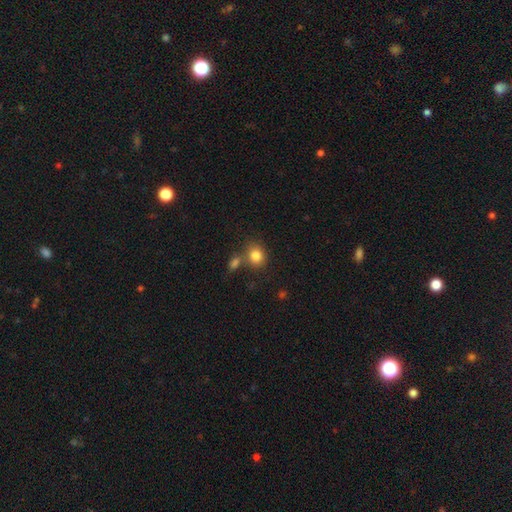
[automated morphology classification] Smooth or featured? smooth (83%)
How rounded? round (64%)
Merging? none (59%)